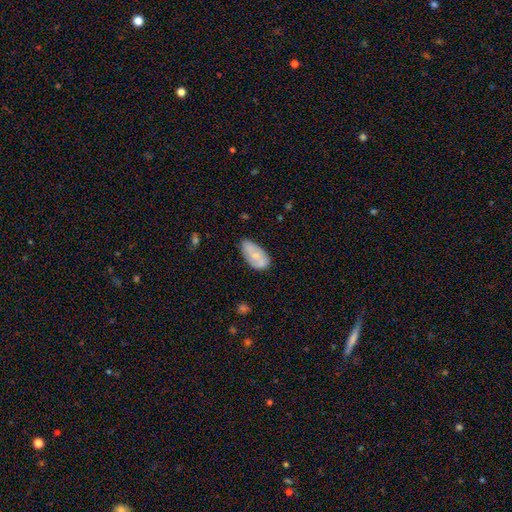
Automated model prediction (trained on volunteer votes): smooth-or-featured: smooth: 58% | featured or disk: 35% | star or artifact: 7%
  how-rounded: in between: 93% | cigar-shaped: 3% | round: 3%
  merging: none: 60% | minor disturbance: 30% | major disturbance: 6% | merger: 4%